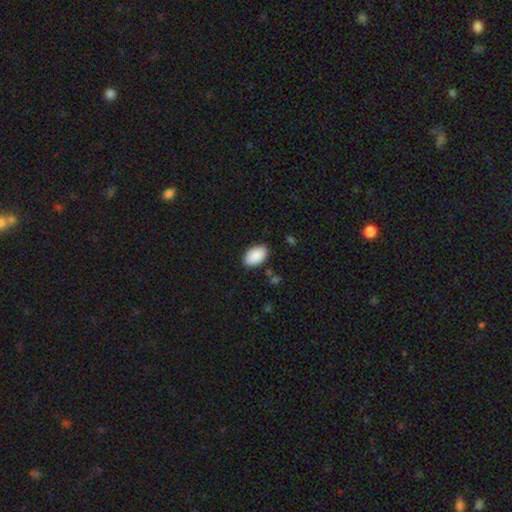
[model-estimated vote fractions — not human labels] smooth_or_featured: smooth (p=0.90) [alt: star or artifact p=0.06]
how_rounded: in between (p=0.93) [alt: round p=0.06]
merging: none (p=0.85) [alt: minor disturbance p=0.11]